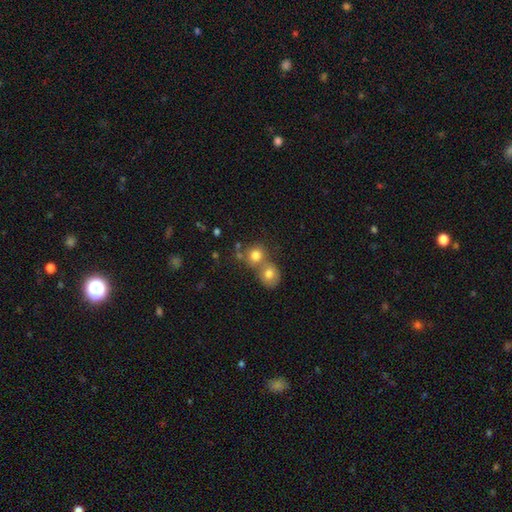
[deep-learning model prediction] Smooth or featured? Predicted: smooth (p=0.77). How rounded? Predicted: round (p=0.81). Merging? Predicted: merger (p=0.53).